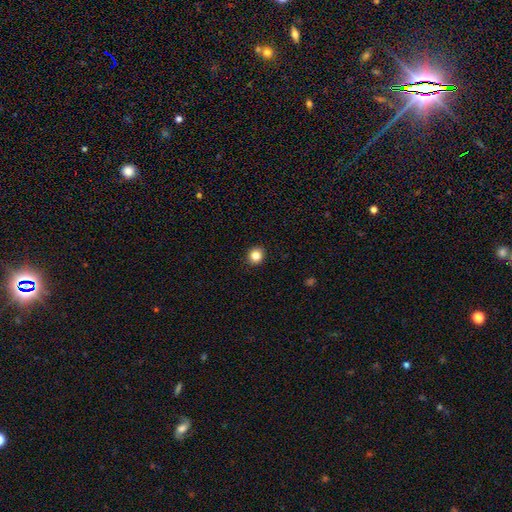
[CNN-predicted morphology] Smooth or featured? smooth (84%)
How rounded? round (82%)
Merging? none (92%)